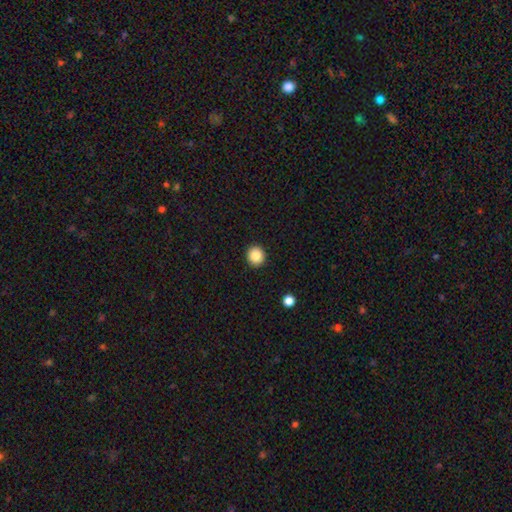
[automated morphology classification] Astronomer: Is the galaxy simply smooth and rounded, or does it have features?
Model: smooth — 86%.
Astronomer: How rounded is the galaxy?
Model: round — 86%.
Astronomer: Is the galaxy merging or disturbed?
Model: none — 93%.